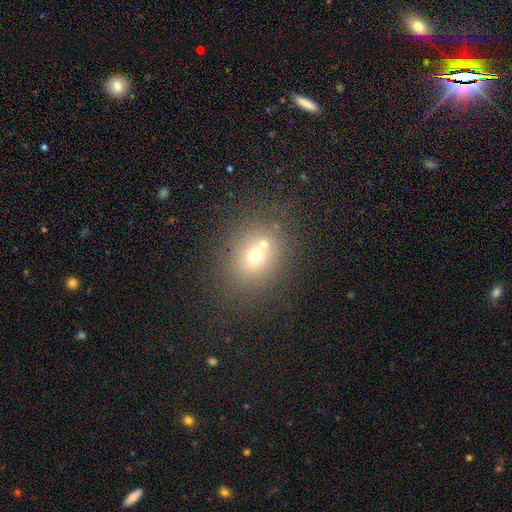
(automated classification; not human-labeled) smooth 63%, featured or disk 19%, star or artifact 18%. Down the decision tree: how rounded — round (67%); merging — none (51%).